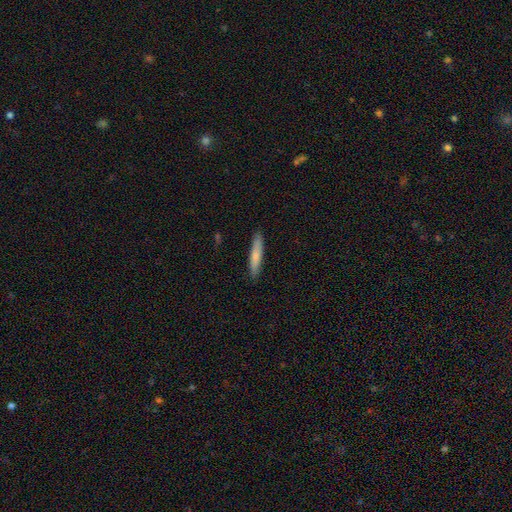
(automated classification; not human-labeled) Q: Smooth or featured?
A: smooth (76%); runner-up: featured or disk (19%)
Q: How rounded?
A: cigar-shaped (89%); runner-up: in between (9%)
Q: Merging?
A: none (89%); runner-up: minor disturbance (8%)